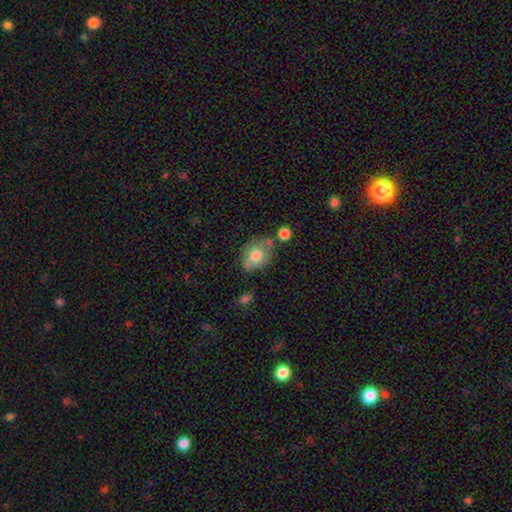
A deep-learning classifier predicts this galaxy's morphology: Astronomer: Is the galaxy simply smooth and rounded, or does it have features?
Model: smooth — 71%.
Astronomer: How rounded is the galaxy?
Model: in between — 59% (runner-up: round, 39%).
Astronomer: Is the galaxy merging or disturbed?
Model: none — 54%.